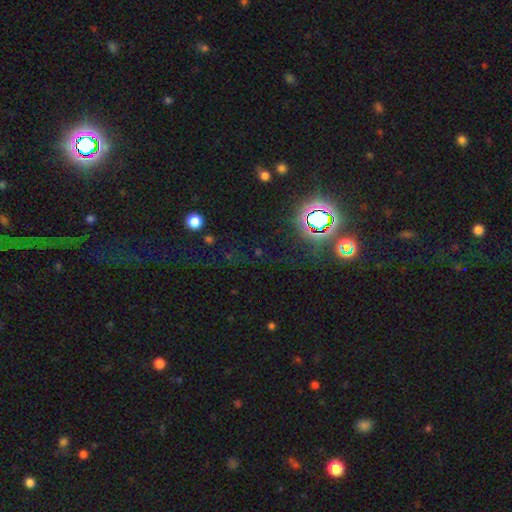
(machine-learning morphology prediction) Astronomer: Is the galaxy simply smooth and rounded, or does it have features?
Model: star or artifact — 79%.